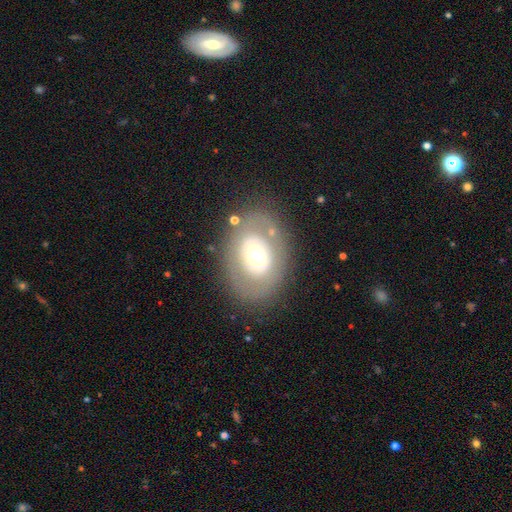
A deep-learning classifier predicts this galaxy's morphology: type=featured or disk (49%); merging=none (78%).